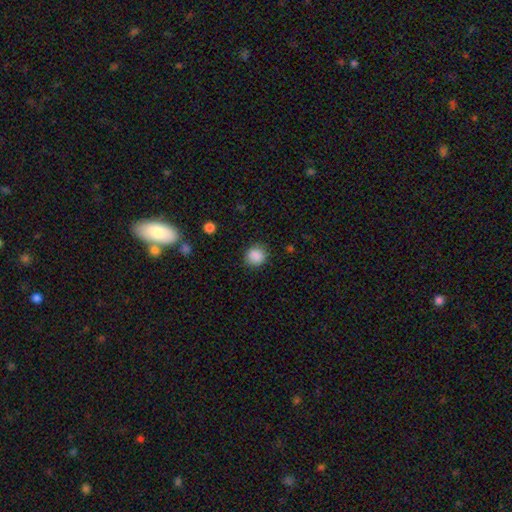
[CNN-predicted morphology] type=smooth (88%); roundness=round (87%); merging=none (87%).